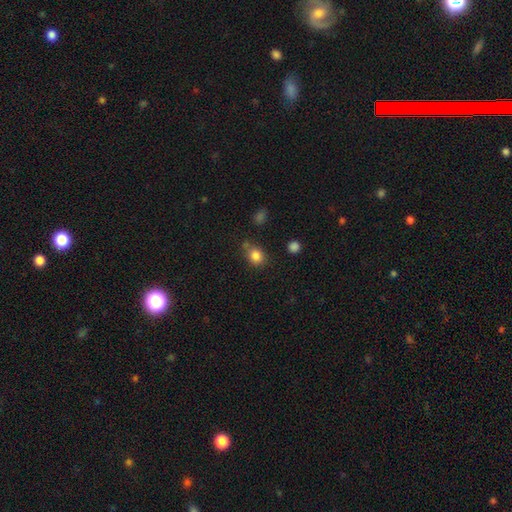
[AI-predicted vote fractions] Overall: smooth (83%). How rounded: round (63%; in between 36%). Merging: none (67%).